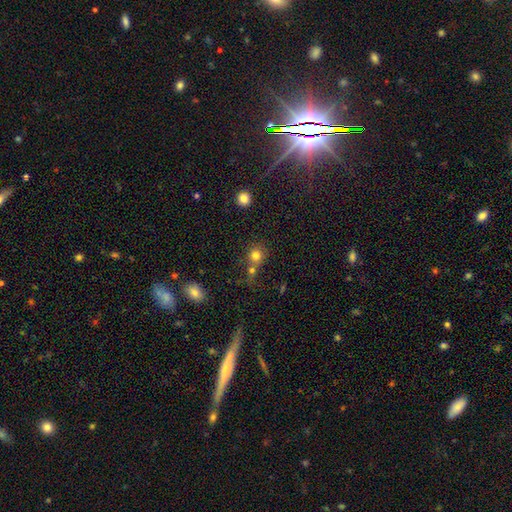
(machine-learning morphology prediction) Q: Smooth or featured?
A: smooth (78%); runner-up: star or artifact (14%)
Q: How rounded?
A: round (87%); runner-up: in between (12%)
Q: Merging?
A: none (58%); runner-up: merger (29%)